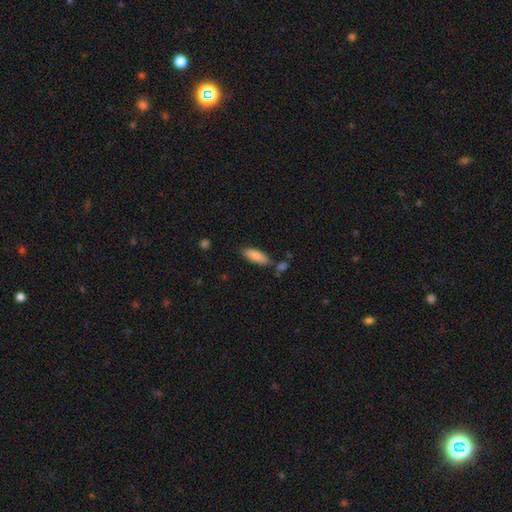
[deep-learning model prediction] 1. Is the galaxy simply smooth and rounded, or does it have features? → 85% smooth, 9% featured or disk, 6% star or artifact.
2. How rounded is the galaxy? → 62% in between, 36% cigar-shaped, 2% round.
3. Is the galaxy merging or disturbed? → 76% none, 14% minor disturbance, 7% merger, 3% major disturbance.